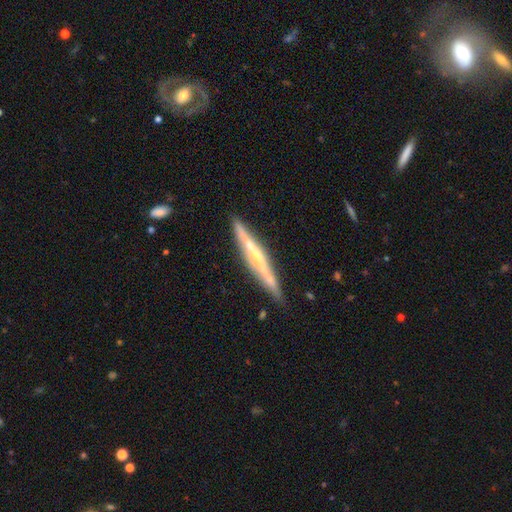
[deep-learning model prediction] Morphology: type=featured or disk (74%); edge-on=yes (96%); edge-on bulge=rounded (57%); merging=none (87%).